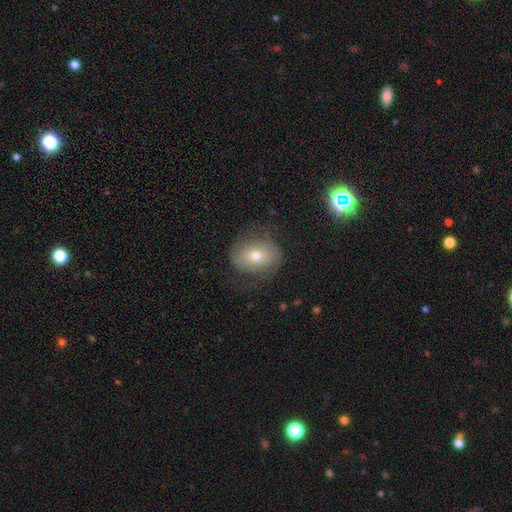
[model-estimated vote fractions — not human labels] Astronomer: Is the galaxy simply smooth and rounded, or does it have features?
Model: featured or disk — 50% (runner-up: smooth, 40%).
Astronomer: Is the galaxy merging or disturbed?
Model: none — 67%.